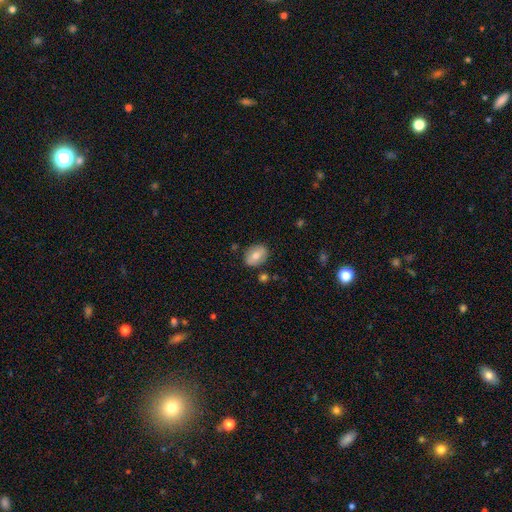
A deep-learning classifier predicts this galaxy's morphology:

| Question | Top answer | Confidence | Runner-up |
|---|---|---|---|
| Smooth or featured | smooth | 67% | featured or disk (26%) |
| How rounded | in between | 78% | round (20%) |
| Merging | none | 81% | minor disturbance (12%) |